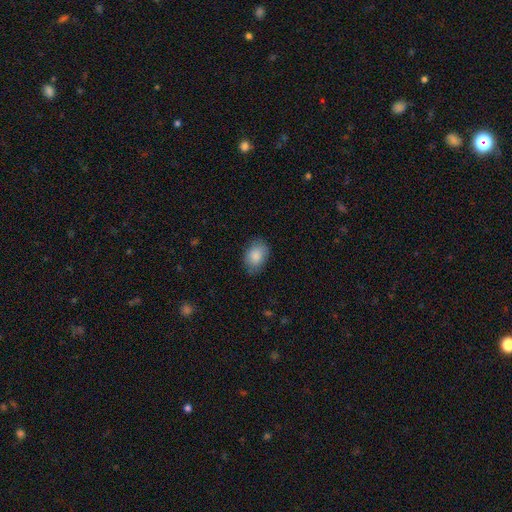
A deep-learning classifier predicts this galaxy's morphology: Smooth or featured?
  - smooth: 86% *
  - star or artifact: 7%
  - featured or disk: 7%
How rounded?
  - in between: 80% *
  - round: 19%
  - cigar-shaped: 1%
Merging?
  - none: 78% *
  - minor disturbance: 17%
  - major disturbance: 4%
  - merger: 1%